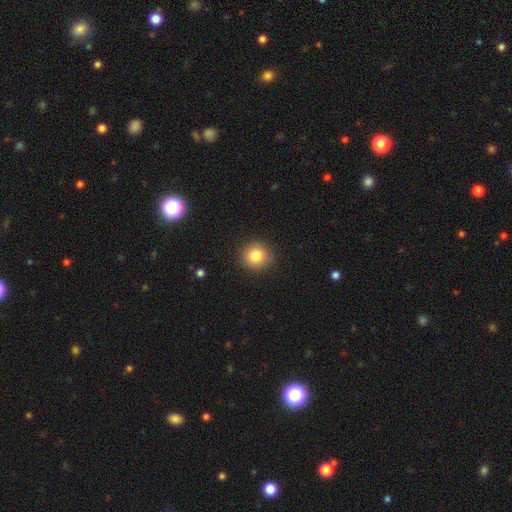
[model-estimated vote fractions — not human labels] Morphology: type=smooth (83%); roundness=round (90%); merging=none (86%).